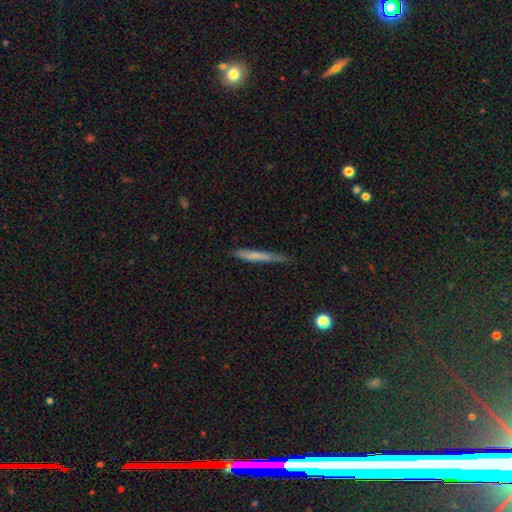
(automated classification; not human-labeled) Smooth or featured? smooth (66%)
How rounded? cigar-shaped (96%)
Merging? none (78%)